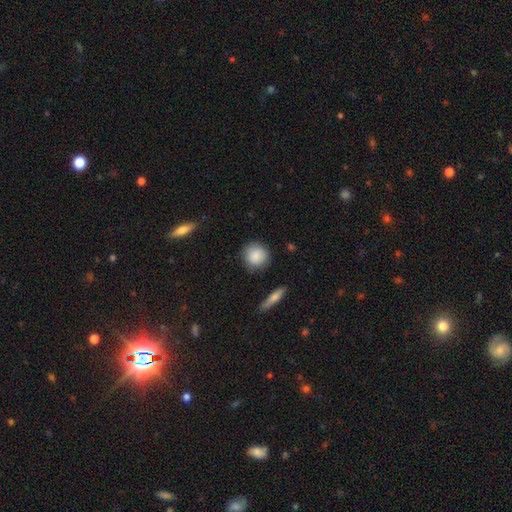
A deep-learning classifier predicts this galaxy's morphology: Q: Smooth or featured?
A: smooth (88%); runner-up: star or artifact (7%)
Q: How rounded?
A: round (88%); runner-up: in between (10%)
Q: Merging?
A: none (83%); runner-up: minor disturbance (12%)